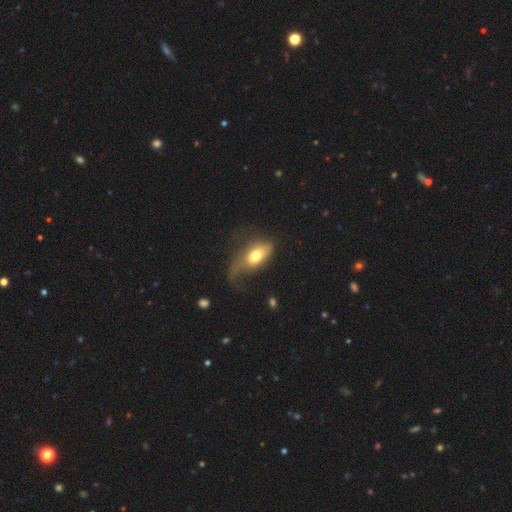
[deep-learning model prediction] This is likely a smooth galaxy (65%). How rounded: clearly in between (85%). Merging: possibly major disturbance (46%).